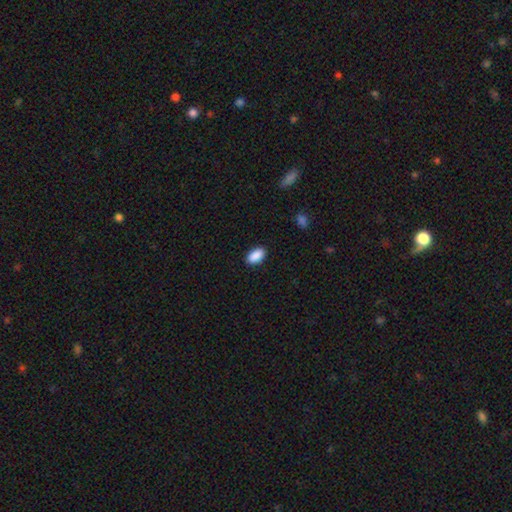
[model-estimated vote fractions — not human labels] Smooth or featured? smooth (90%)
How rounded? in between (93%)
Merging? none (89%)